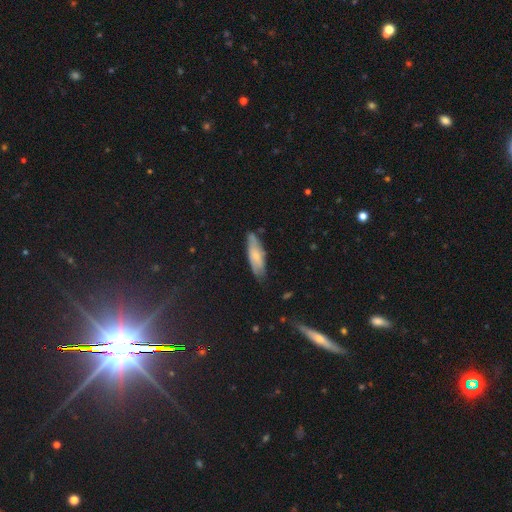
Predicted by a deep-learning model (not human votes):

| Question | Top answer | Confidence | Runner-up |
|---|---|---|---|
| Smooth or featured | smooth | 63% | featured or disk (30%) |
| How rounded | in between | 50% | cigar-shaped (48%) |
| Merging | none | 70% | minor disturbance (23%) |